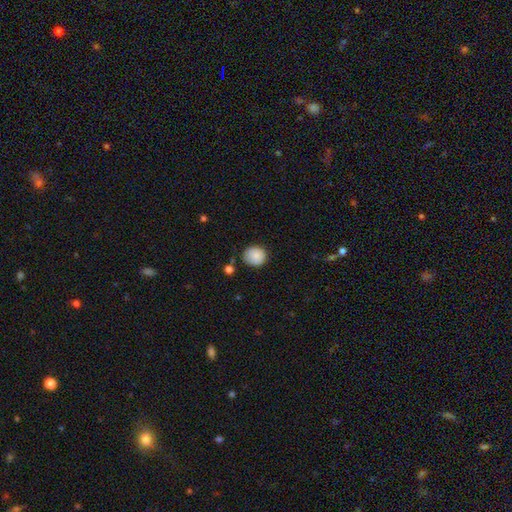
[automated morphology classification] This is clearly a smooth galaxy (87%). How rounded: clearly round (82%). Merging: likely none (78%).